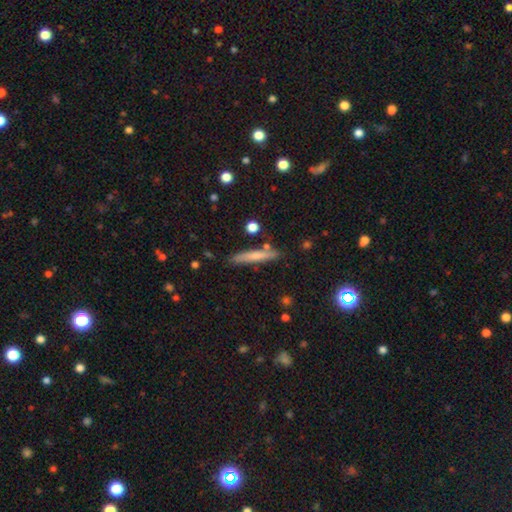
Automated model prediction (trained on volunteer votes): A smooth galaxy with no disk features (67%) that is cigar-shaped (92%).

Vote fractions:
- Smooth or featured? smooth: 67% / featured or disk: 26% / star or artifact: 7%
- How rounded? cigar-shaped: 92% / in between: 6% / round: 2%
- Merging? none: 83% / minor disturbance: 11% / merger: 4% / major disturbance: 2%